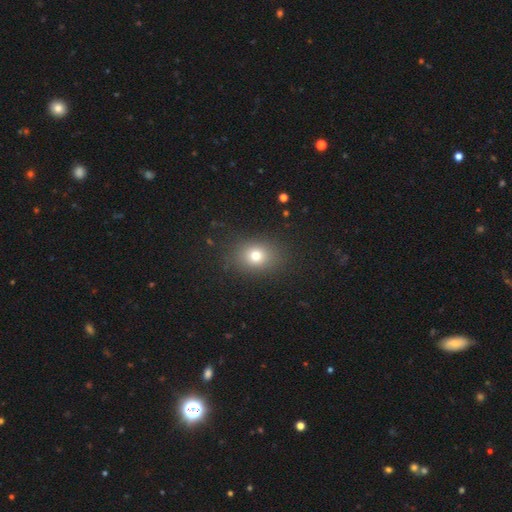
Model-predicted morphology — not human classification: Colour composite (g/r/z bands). It shows a smooth galaxy with no disk features (76%) that is round (51%). Merging: none (85%).